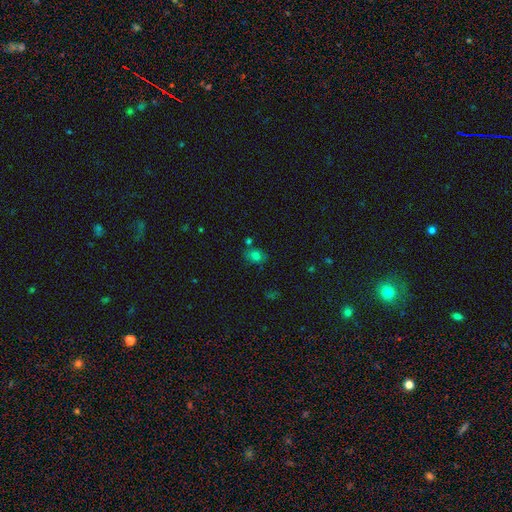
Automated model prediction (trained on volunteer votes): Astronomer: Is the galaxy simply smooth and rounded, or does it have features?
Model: smooth — 73%.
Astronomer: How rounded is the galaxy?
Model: in between — 56% (runner-up: round, 43%).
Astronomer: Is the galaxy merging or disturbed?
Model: none — 71%.